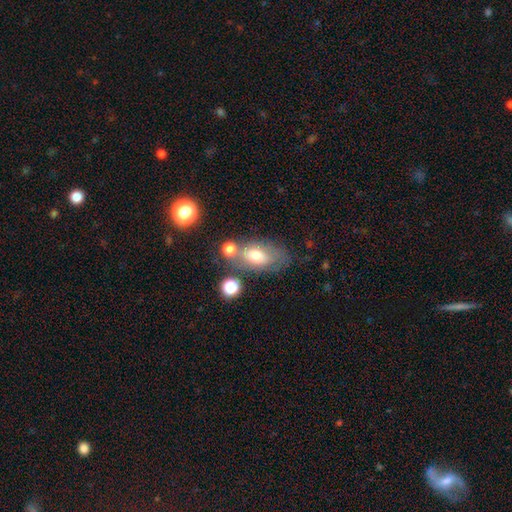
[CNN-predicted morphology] smooth-or-featured: smooth: 64% | featured or disk: 26% | star or artifact: 10%
  how-rounded: in between: 86% | round: 10% | cigar-shaped: 4%
  merging: none: 48% | merger: 23% | minor disturbance: 20% | major disturbance: 10%